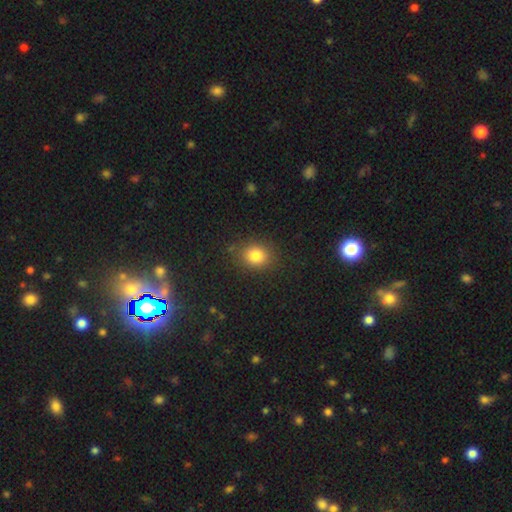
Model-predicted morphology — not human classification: This is clearly a smooth galaxy (82%). How rounded: likely round (62%). Merging: clearly none (85%).